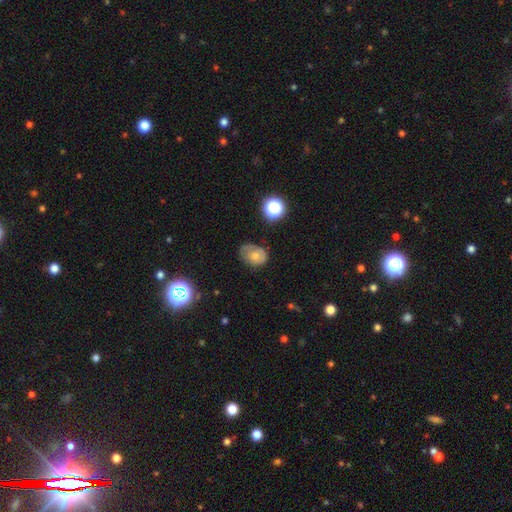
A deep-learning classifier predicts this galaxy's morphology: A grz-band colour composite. It shows a smooth galaxy with no disk features (60%) that is in between round and cigar-shaped (63%). Merging: none (51%).